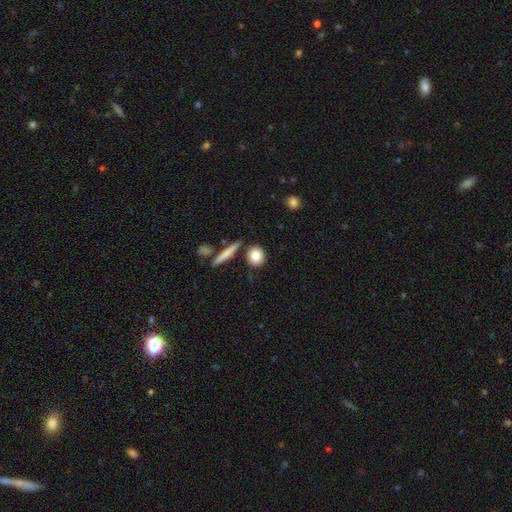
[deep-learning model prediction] The model was most divided on "how rounded": round: 73%, in between: 22%, cigar-shaped: 5%. More confident: smooth or featured — smooth (82%); merging — none (80%).